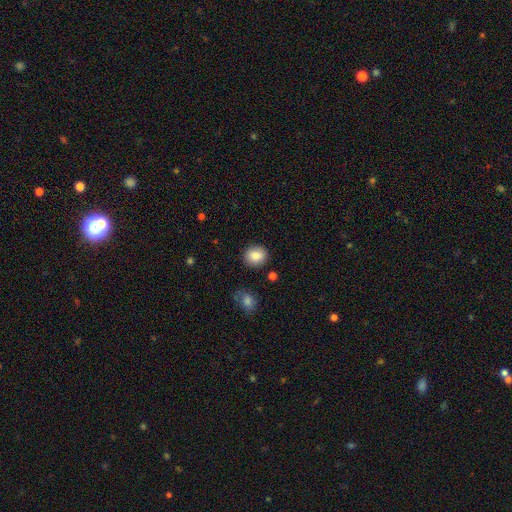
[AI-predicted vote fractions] Smooth or featured: smooth — 86% (star or artifact — 8%)
How rounded: round — 74% (in between — 25%)
Merging: none — 88% (minor disturbance — 8%)